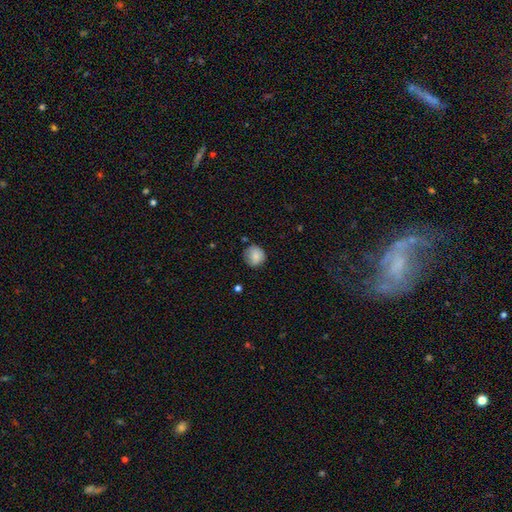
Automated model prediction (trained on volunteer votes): smooth_or_featured: smooth (p=0.84) [alt: featured or disk p=0.08]
how_rounded: round (p=0.87) [alt: in between p=0.12]
merging: none (p=0.75) [alt: minor disturbance p=0.19]